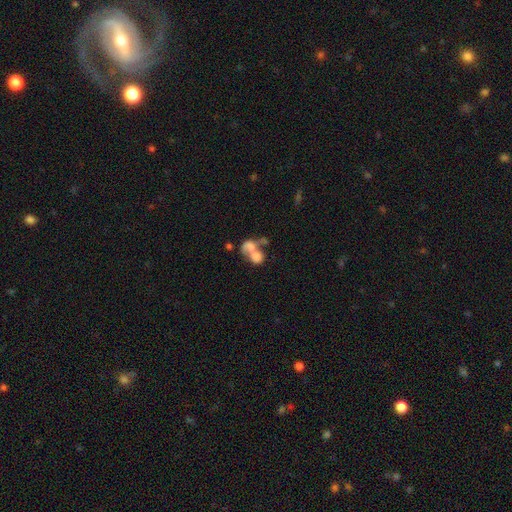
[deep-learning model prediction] The model was most divided on "smooth or featured": smooth: 55%, featured or disk: 33%, star or artifact: 12%. More confident: merging — merger (68%); how rounded — in between (62%).